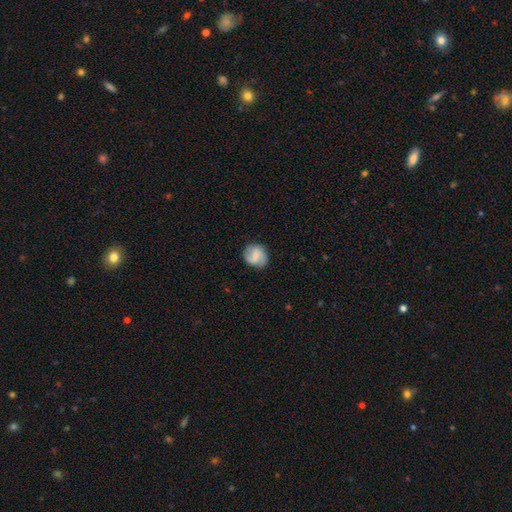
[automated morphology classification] Overall: featured or disk (57%; smooth 36%). Edge-on disk: no (98%). Bar: weak (50%; no 26%). Spiral arms: yes (90%). Bulge size: small (39%; none 36%). Merging: none (81%).